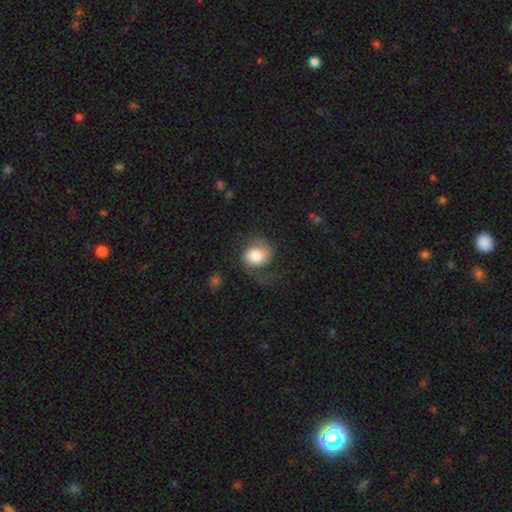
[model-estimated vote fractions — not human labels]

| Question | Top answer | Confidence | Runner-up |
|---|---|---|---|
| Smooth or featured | smooth | 60% | featured or disk (33%) |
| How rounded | round | 67% | in between (32%) |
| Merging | none | 47% | major disturbance (27%) |